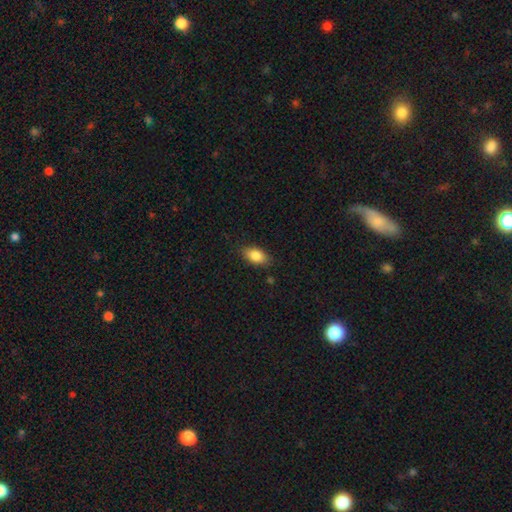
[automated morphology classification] Q: Smooth or featured?
A: smooth (85%); runner-up: featured or disk (8%)
Q: How rounded?
A: in between (89%); runner-up: round (7%)
Q: Merging?
A: none (83%); runner-up: minor disturbance (13%)